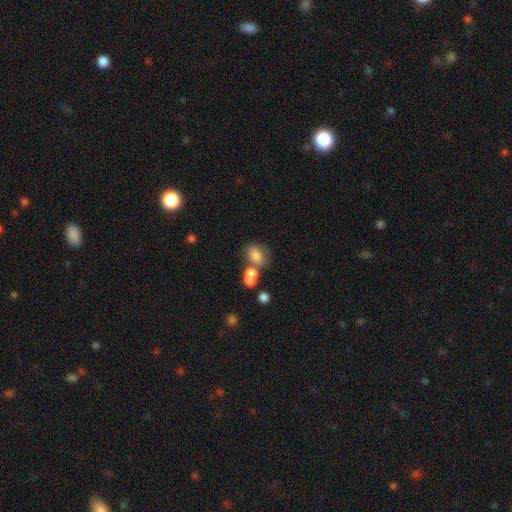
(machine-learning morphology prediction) smooth-or-featured: smooth: 75% | featured or disk: 14% | star or artifact: 11%
  how-rounded: in between: 72% | round: 26% | cigar-shaped: 2%
  merging: merger: 43% | none: 37% | minor disturbance: 12% | major disturbance: 7%